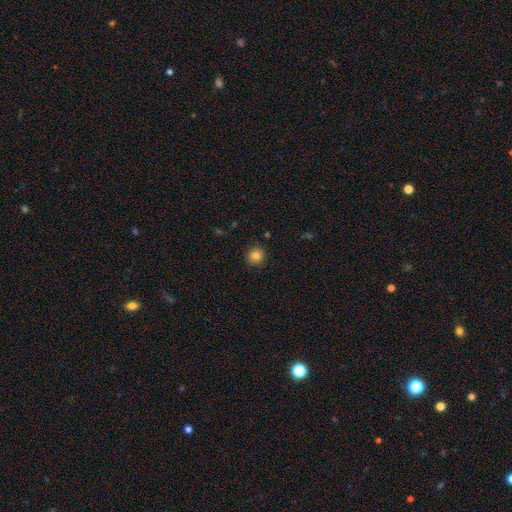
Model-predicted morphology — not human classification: type=smooth (81%); roundness=round (91%); merging=none (89%).